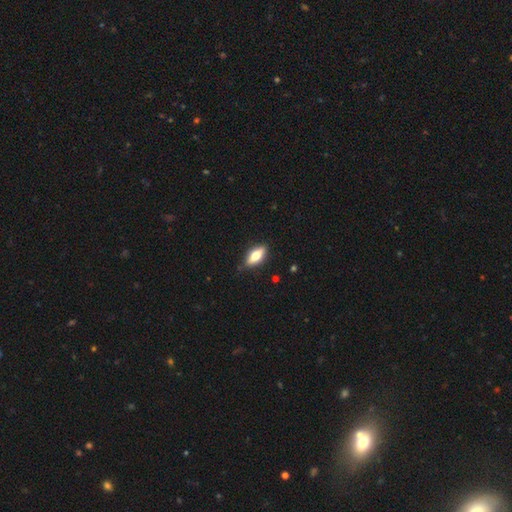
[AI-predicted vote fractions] Smooth or featured?
  - smooth: 61% *
  - featured or disk: 33%
  - star or artifact: 7%
How rounded?
  - in between: 75% *
  - cigar-shaped: 22%
  - round: 3%
Merging?
  - none: 84% *
  - minor disturbance: 12%
  - major disturbance: 2%
  - merger: 1%